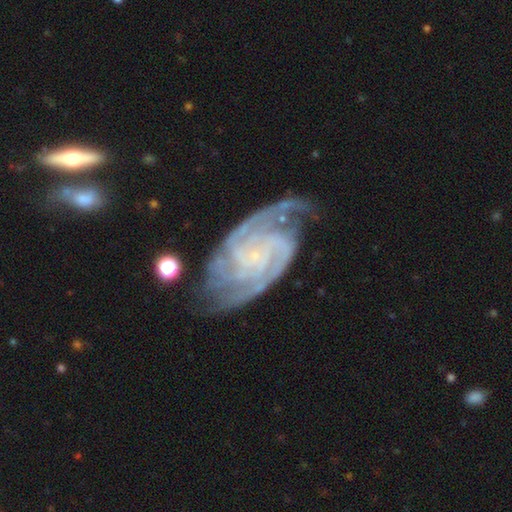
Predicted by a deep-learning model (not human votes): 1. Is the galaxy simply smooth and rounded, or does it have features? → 92% featured or disk, 4% star or artifact, 3% smooth.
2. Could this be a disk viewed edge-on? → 98% no, 2% yes.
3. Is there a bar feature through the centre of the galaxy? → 61% no, 28% weak, 11% strong.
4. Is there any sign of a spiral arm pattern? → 99% yes, 1% no.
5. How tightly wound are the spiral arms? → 64% tight, 31% medium, 5% loose.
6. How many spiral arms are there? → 36% 2, 26% 3, 12% 4, 12% can't tell, 7% more than 4, 7% 1.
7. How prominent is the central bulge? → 75% small, 18% none, 5% moderate, 1% large, 1% dominant.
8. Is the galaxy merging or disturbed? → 70% none, 20% minor disturbance, 8% major disturbance, 2% merger.